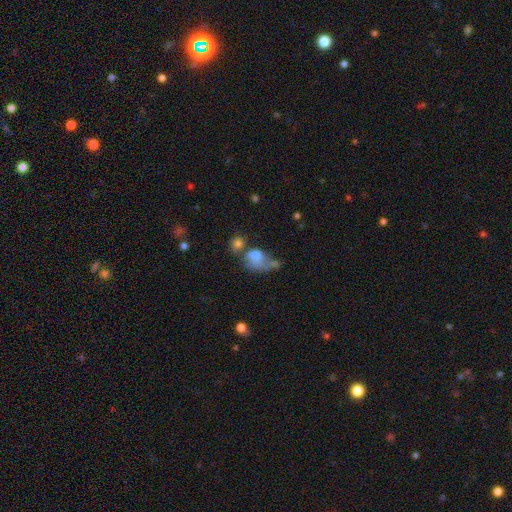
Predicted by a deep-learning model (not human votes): Smooth or featured?
  - smooth: 67% *
  - featured or disk: 22%
  - star or artifact: 11%
How rounded?
  - in between: 70% *
  - round: 28%
  - cigar-shaped: 2%
Merging?
  - merger: 36% *
  - major disturbance: 29%
  - none: 17%
  - minor disturbance: 17%